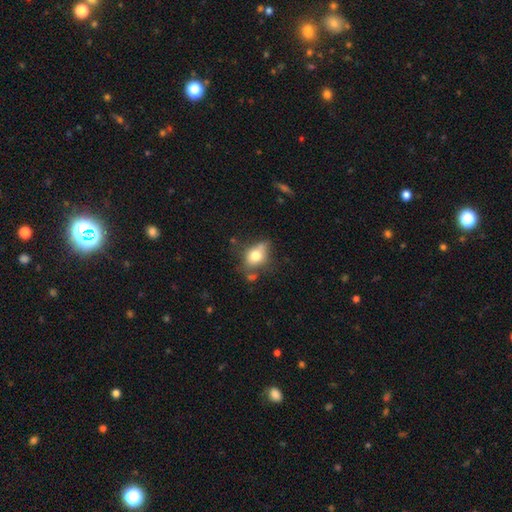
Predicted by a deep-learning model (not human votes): This is likely a smooth galaxy (71%). How rounded: likely in between (62%). Merging: possibly none (50%).